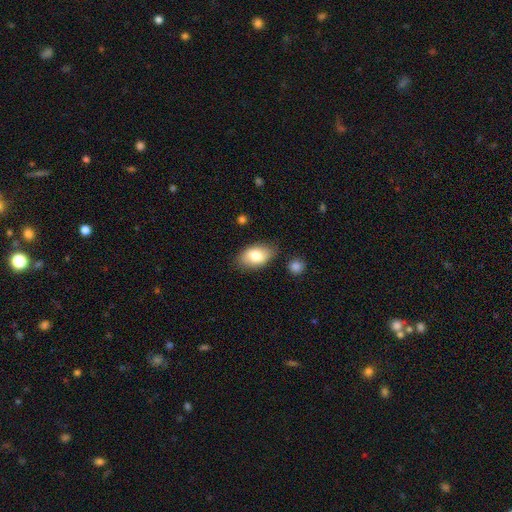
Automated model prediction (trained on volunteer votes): Smooth or featured? smooth (76%)
How rounded? in between (91%)
Merging? none (80%)